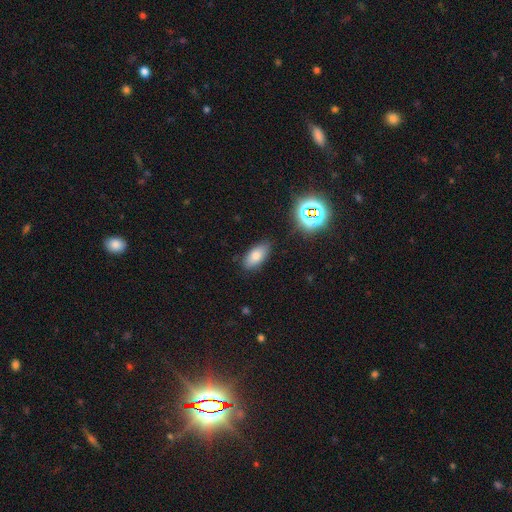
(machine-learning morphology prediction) smooth 76%, featured or disk 12%, star or artifact 12%. Down the decision tree: how rounded — in between (89%); merging — none (83%).